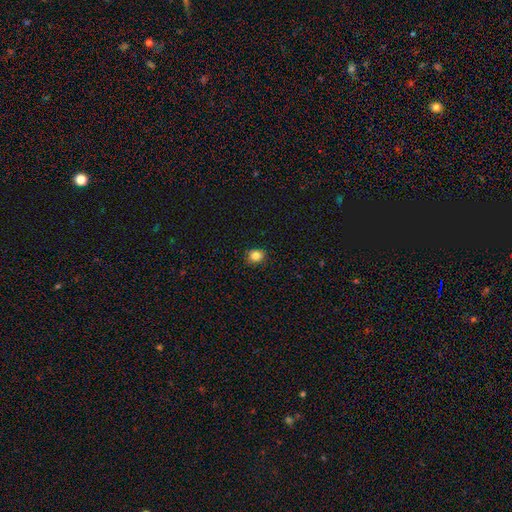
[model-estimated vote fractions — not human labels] Smooth or featured?
  - smooth: 82% *
  - star or artifact: 12%
  - featured or disk: 6%
How rounded?
  - round: 62% *
  - in between: 37%
  - cigar-shaped: 1%
Merging?
  - none: 87% *
  - minor disturbance: 10%
  - major disturbance: 2%
  - merger: 1%